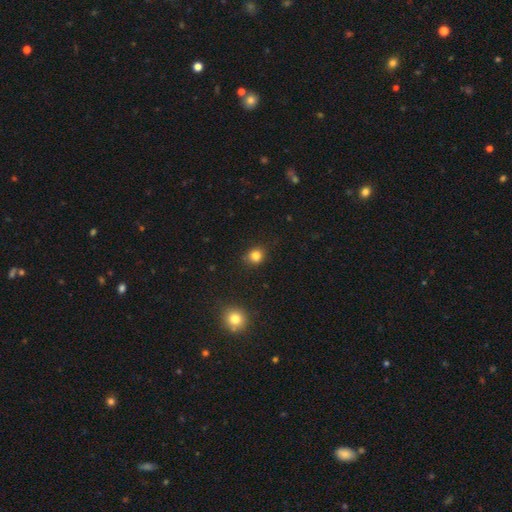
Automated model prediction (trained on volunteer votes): Smooth or featured: smooth — 82% (star or artifact — 13%)
How rounded: round — 81% (in between — 18%)
Merging: none — 86% (minor disturbance — 10%)